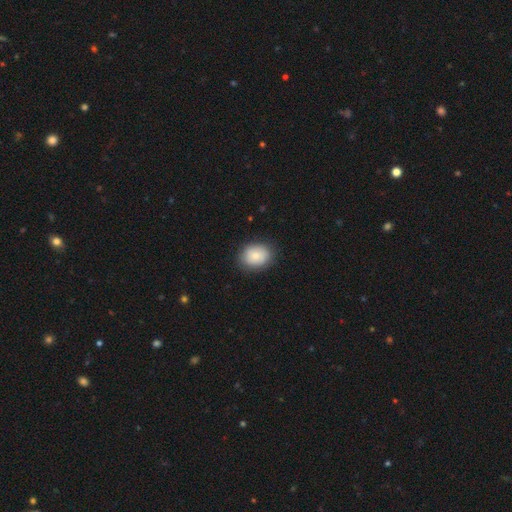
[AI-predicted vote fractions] The model was most divided on "how rounded": in between: 55%, round: 44%, cigar-shaped: 1%. More confident: merging — none (85%); smooth or featured — smooth (81%).